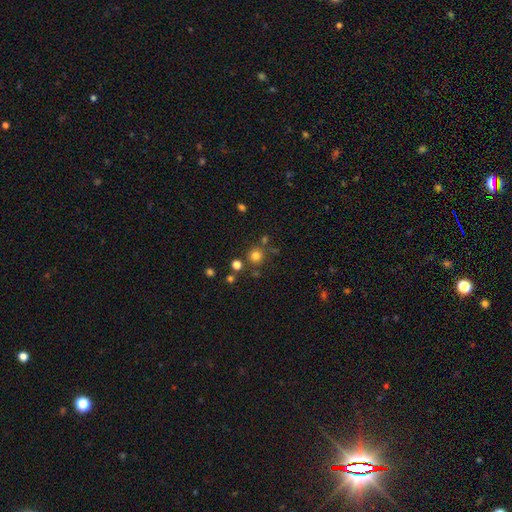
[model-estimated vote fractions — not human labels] Smooth or featured: smooth — 75% (star or artifact — 18%)
How rounded: round — 93% (in between — 6%)
Merging: none — 76% (merger — 11%)